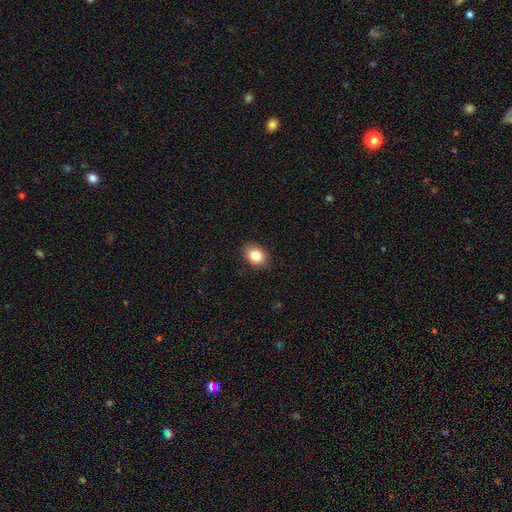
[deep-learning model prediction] smooth_or_featured: smooth (p=0.84) [alt: star or artifact p=0.09]
how_rounded: in between (p=0.65) [alt: round p=0.34]
merging: none (p=0.89) [alt: minor disturbance p=0.08]